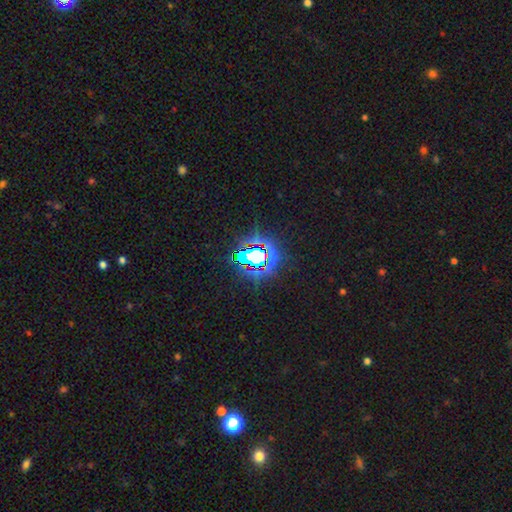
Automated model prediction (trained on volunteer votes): star or artifact 73%, smooth 16%, featured or disk 11%.